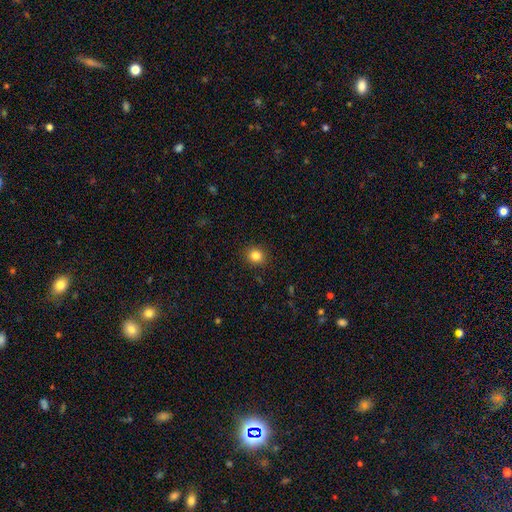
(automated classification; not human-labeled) A smooth galaxy with no disk features (83%) that is round (81%).

Vote fractions:
- Smooth or featured? smooth: 83% / star or artifact: 12% / featured or disk: 5%
- How rounded? round: 81% / in between: 18% / cigar-shaped: 1%
- Merging? none: 90% / minor disturbance: 7% / major disturbance: 2% / merger: 1%